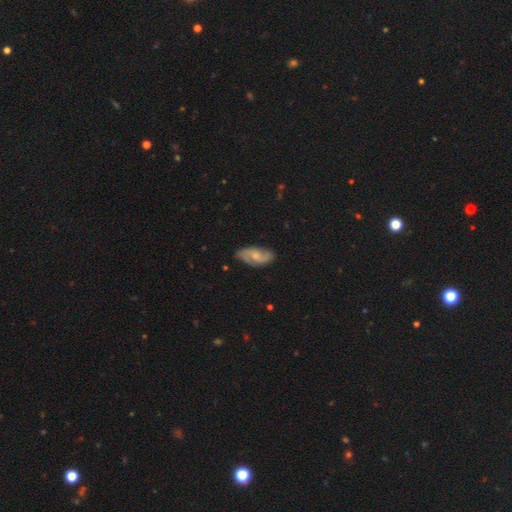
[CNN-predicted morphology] Overall: featured or disk (68%). Edge-on disk: no (94%). Bar: no (62%; weak 34%). Spiral arms: yes (92%). Spiral arm count: 2 (79%). Spiral winding: medium (46%; loose 29%). Bulge size: small (48%; moderate 43%). Merging: none (75%).